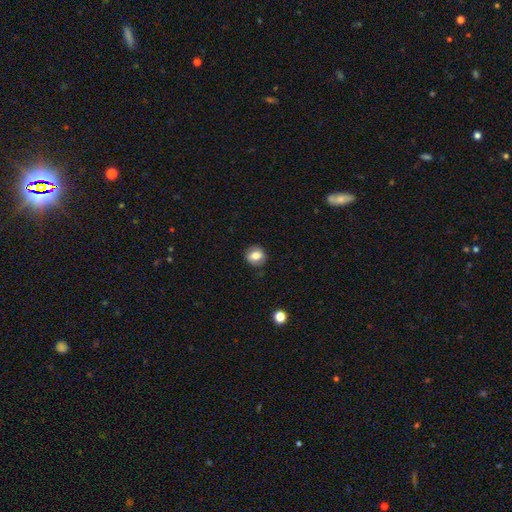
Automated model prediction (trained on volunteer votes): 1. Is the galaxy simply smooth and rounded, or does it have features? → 74% smooth, 17% featured or disk, 9% star or artifact.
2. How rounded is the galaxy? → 73% round, 26% in between, 1% cigar-shaped.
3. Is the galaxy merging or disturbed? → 85% none, 11% minor disturbance, 3% major disturbance, 1% merger.